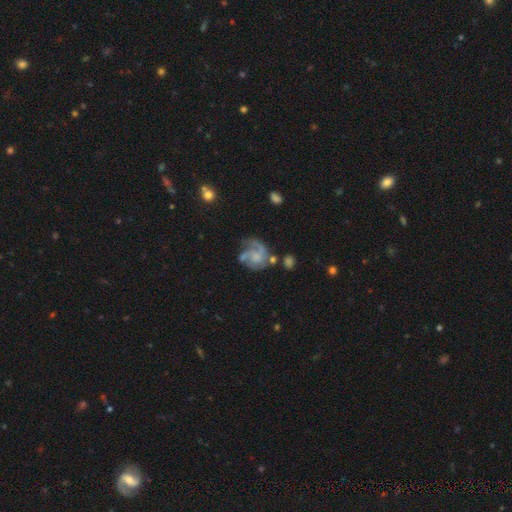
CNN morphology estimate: This appears to be a featured or disk galaxy (75%) with no bar (73%), 2 (30%) medium (43%) spiral arms (90%) and a small central bulge (44%). Merging: none (44%).